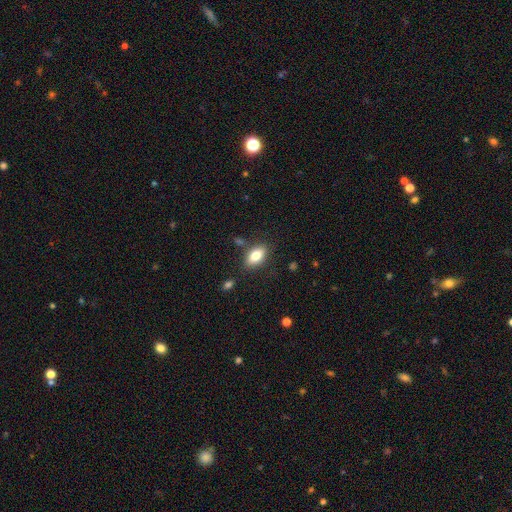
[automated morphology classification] Smooth or featured: smooth — 80% (featured or disk — 13%)
How rounded: in between — 89% (round — 7%)
Merging: none — 80% (minor disturbance — 13%)